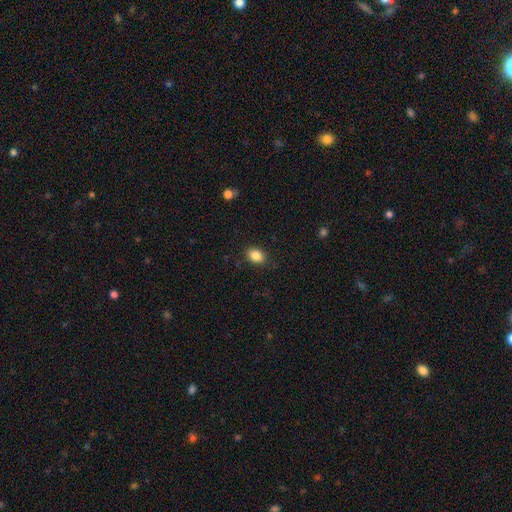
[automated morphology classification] A smooth galaxy with no disk features (86%) that is in between round and cigar-shaped (66%).

Vote fractions:
- Smooth or featured? smooth: 86% / star or artifact: 9% / featured or disk: 5%
- How rounded? in between: 66% / round: 33% / cigar-shaped: 1%
- Merging? none: 88% / minor disturbance: 9% / major disturbance: 2% / merger: 1%